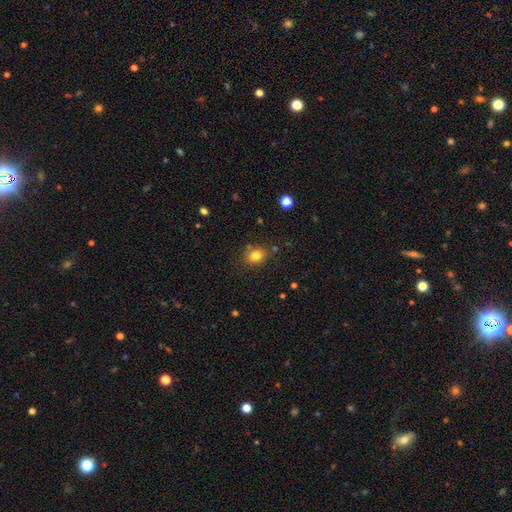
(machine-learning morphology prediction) This appears to be a smooth galaxy with no disk features (81%) that is in between round and cigar-shaped (51%). Merging: none (79%).